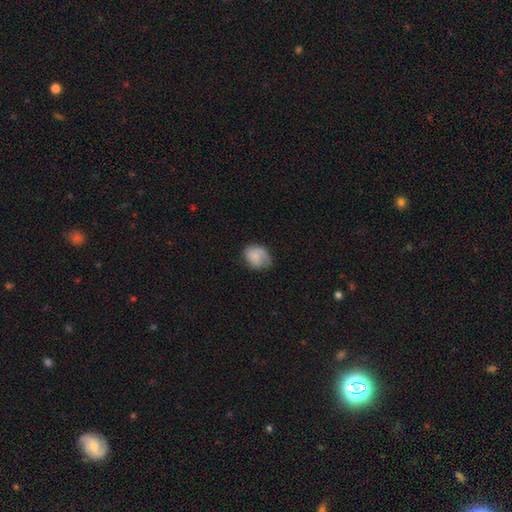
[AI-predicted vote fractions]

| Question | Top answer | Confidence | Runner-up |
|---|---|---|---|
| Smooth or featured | smooth | 52% | featured or disk (40%) |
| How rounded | in between | 53% | round (46%) |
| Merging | none | 57% | minor disturbance (27%) |